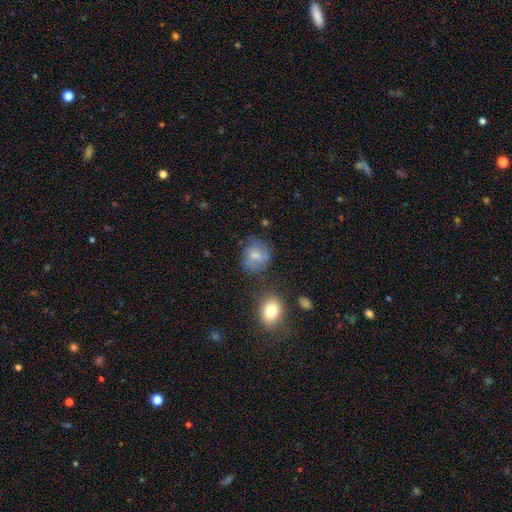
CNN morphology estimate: Overall: smooth (76%). How rounded: round (71%). Merging: none (68%).